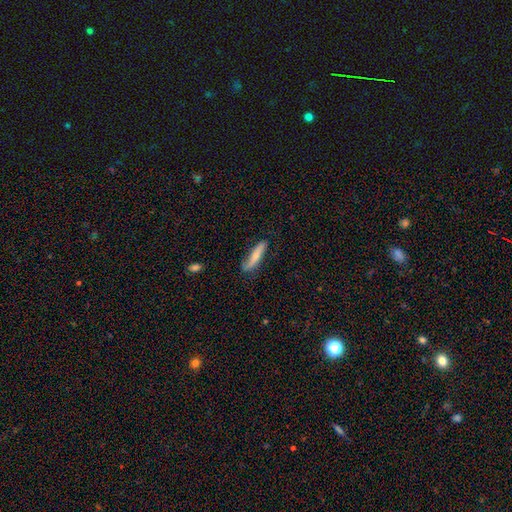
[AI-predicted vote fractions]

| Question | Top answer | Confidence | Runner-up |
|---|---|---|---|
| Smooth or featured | smooth | 63% | featured or disk (32%) |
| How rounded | cigar-shaped | 81% | in between (17%) |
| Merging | none | 68% | minor disturbance (24%) |